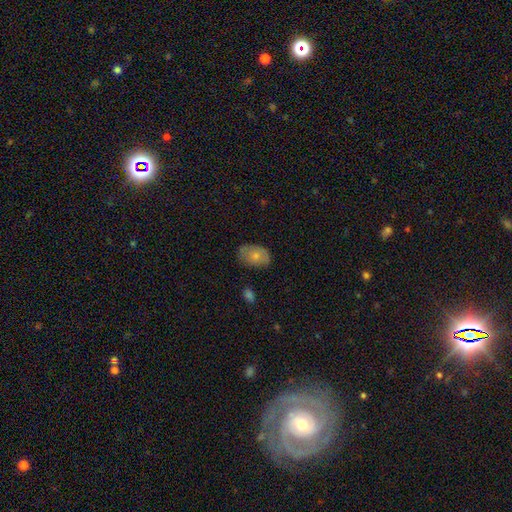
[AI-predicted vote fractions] This is likely a smooth galaxy (69%). How rounded: clearly in between (81%). Merging: likely none (65%).